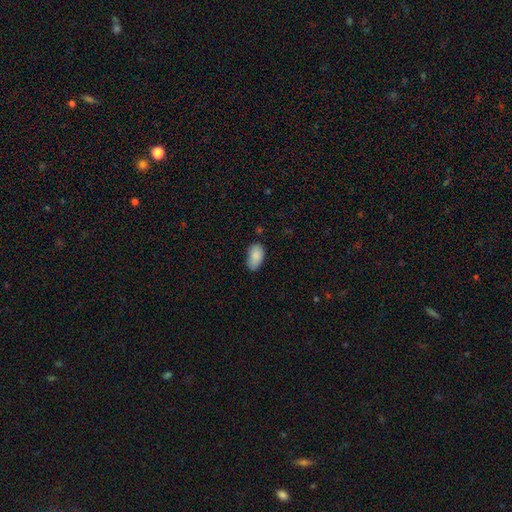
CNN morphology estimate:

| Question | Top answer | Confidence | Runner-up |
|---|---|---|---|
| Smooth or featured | smooth | 87% | star or artifact (7%) |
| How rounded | in between | 94% | round (4%) |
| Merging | none | 65% | minor disturbance (28%) |